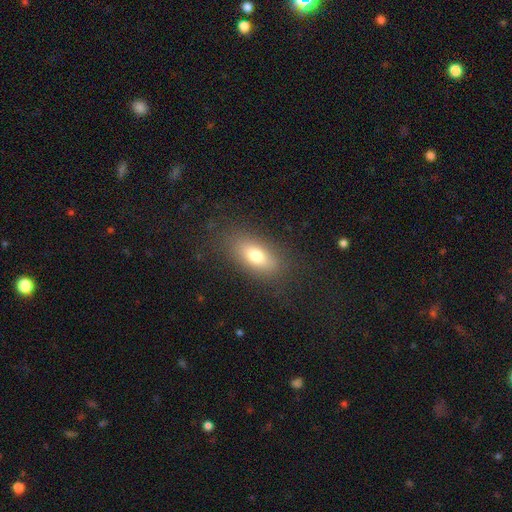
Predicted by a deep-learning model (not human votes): Smooth or featured?
  - smooth: 74% *
  - featured or disk: 16%
  - star or artifact: 10%
How rounded?
  - in between: 84% *
  - cigar-shaped: 10%
  - round: 6%
Merging?
  - none: 83% *
  - minor disturbance: 11%
  - major disturbance: 5%
  - merger: 1%